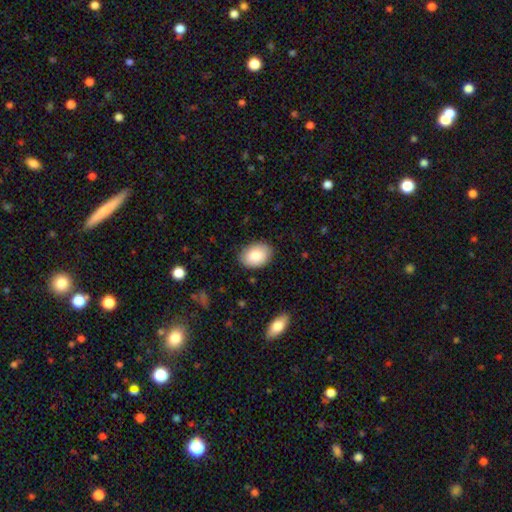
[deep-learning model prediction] A smooth galaxy with no disk features (86%) that is in between round and cigar-shaped (82%).

Vote fractions:
- Smooth or featured? smooth: 86% / featured or disk: 8% / star or artifact: 6%
- How rounded? in between: 82% / round: 17% / cigar-shaped: 1%
- Merging? none: 85% / minor disturbance: 12% / major disturbance: 2% / merger: 1%